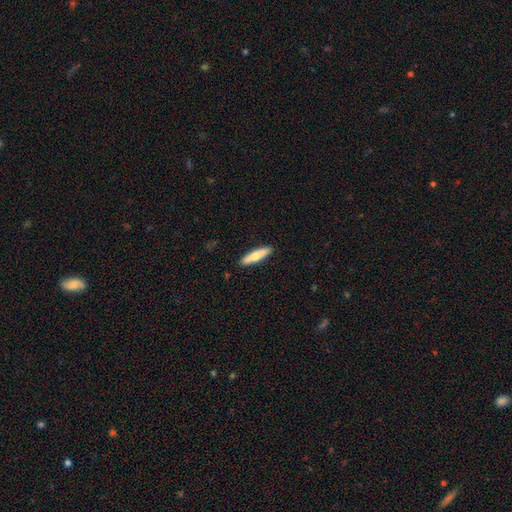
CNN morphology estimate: A smooth galaxy with no disk features (63%) that is cigar-shaped (78%).

Vote fractions:
- Smooth or featured? smooth: 63% / featured or disk: 31% / star or artifact: 5%
- How rounded? cigar-shaped: 78% / in between: 20% / round: 2%
- Merging? none: 90% / minor disturbance: 7% / major disturbance: 1% / merger: 1%